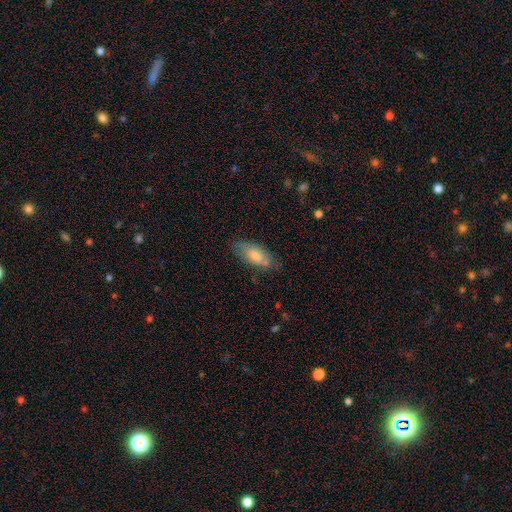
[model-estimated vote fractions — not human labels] Smooth or featured? Predicted: smooth (p=0.76). How rounded? Predicted: in between (p=0.87). Merging? Predicted: none (p=0.69).